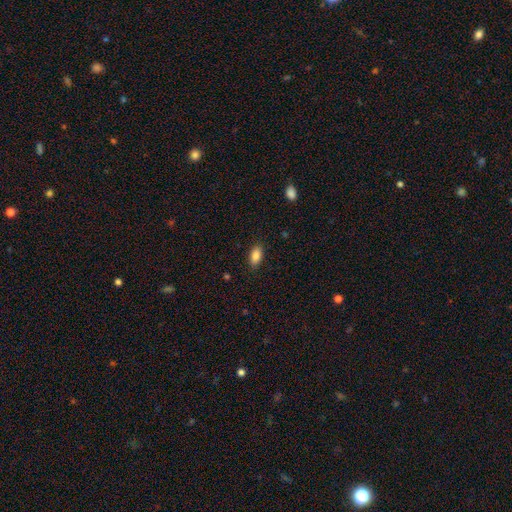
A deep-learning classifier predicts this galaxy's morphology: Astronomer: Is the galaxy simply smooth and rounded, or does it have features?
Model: smooth — 86%.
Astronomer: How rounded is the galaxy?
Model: in between — 90%.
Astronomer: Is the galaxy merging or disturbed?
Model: none — 88%.